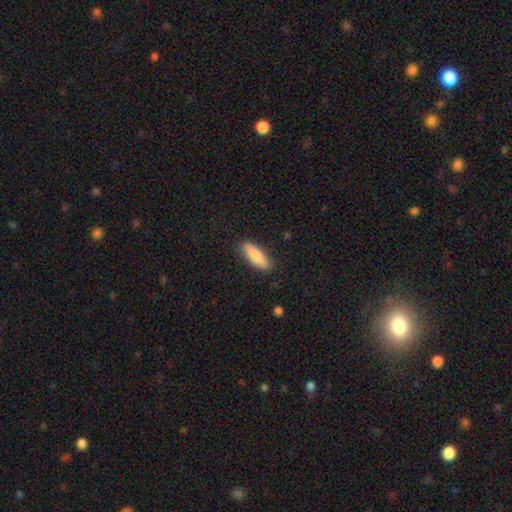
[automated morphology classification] Q: Smooth or featured?
A: smooth (83%); runner-up: featured or disk (11%)
Q: How rounded?
A: cigar-shaped (50%); runner-up: in between (48%)
Q: Merging?
A: none (86%); runner-up: minor disturbance (10%)